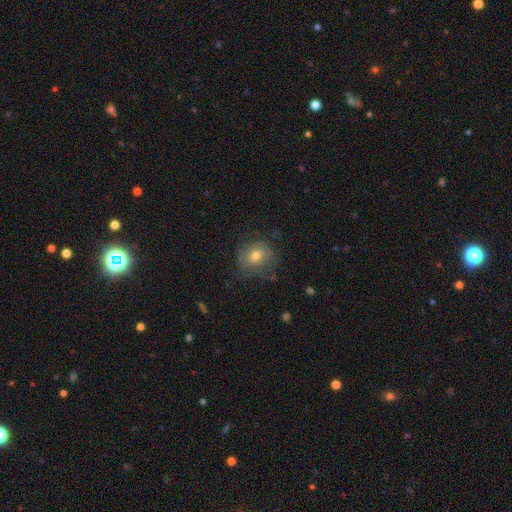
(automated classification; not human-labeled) The model was most divided on "smooth or featured": smooth: 58%, featured or disk: 32%, star or artifact: 10%. More confident: how rounded — round (72%); merging — none (64%).